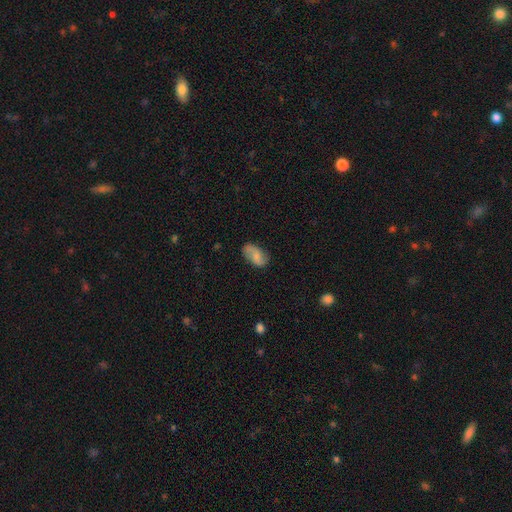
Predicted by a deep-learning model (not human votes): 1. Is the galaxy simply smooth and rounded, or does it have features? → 58% smooth, 35% featured or disk, 8% star or artifact.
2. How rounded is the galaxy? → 92% in between, 5% round, 3% cigar-shaped.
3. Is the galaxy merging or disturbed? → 73% none, 20% minor disturbance, 5% major disturbance, 2% merger.